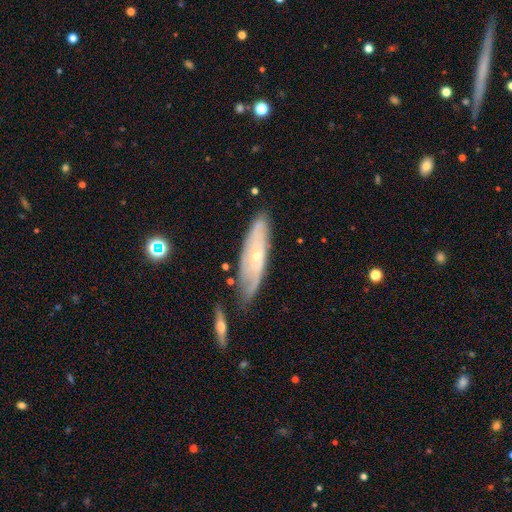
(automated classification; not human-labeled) smooth-or-featured: featured or disk: 70% | smooth: 23% | star or artifact: 7%
  disk-edge-on: no: 72% | yes: 28%
    bar: no: 78% | weak: 18% | strong: 4%
    has-spiral-arms: yes: 79% | no: 21%
    bulge-size: small: 74% | moderate: 23% | none: 1% | large: 1% | dominant: 1%
  merging: none: 69% | minor disturbance: 21% | major disturbance: 5% | merger: 5%